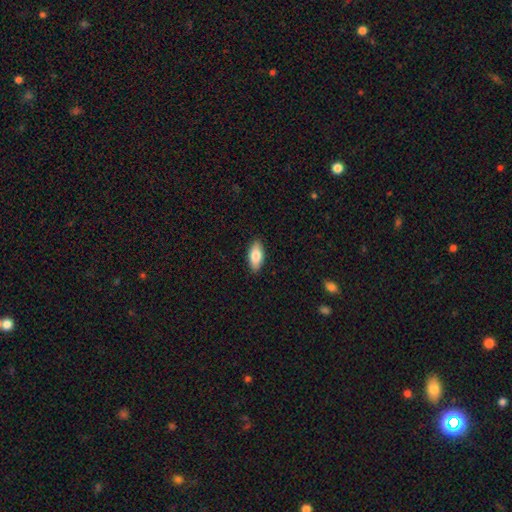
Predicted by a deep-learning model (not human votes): A smooth galaxy with no disk features (79%) that is in between round and cigar-shaped (87%).

Vote fractions:
- Smooth or featured? smooth: 79% / featured or disk: 15% / star or artifact: 6%
- How rounded? in between: 87% / cigar-shaped: 10% / round: 3%
- Merging? none: 90% / minor disturbance: 8% / major disturbance: 2% / merger: 1%